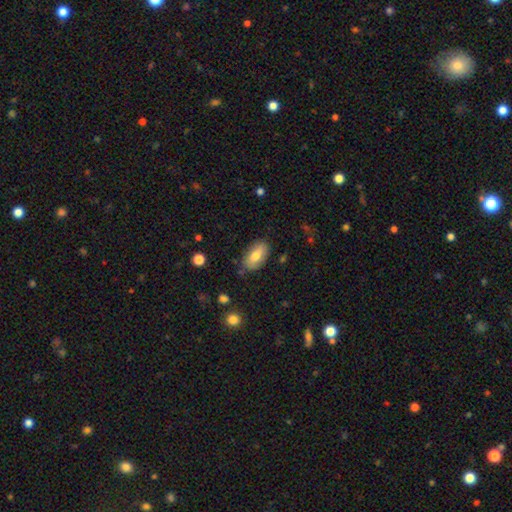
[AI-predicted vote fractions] The model was most divided on "smooth or featured": smooth: 70%, featured or disk: 23%, star or artifact: 6%. More confident: how rounded — in between (91%); merging — none (79%).